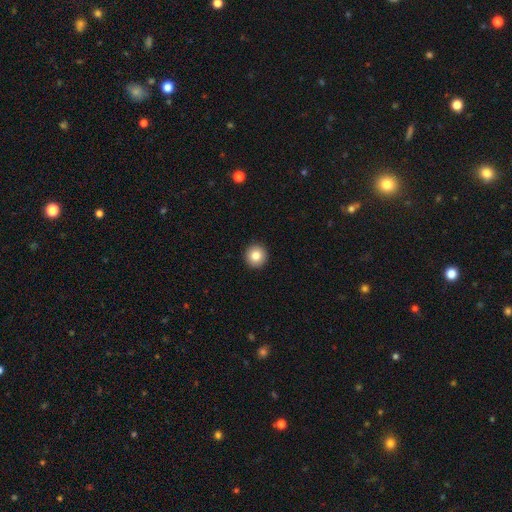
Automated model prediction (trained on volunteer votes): The model was most divided on "smooth or featured": smooth: 83%, star or artifact: 9%, featured or disk: 8%. More confident: how rounded — round (95%); merging — none (94%).